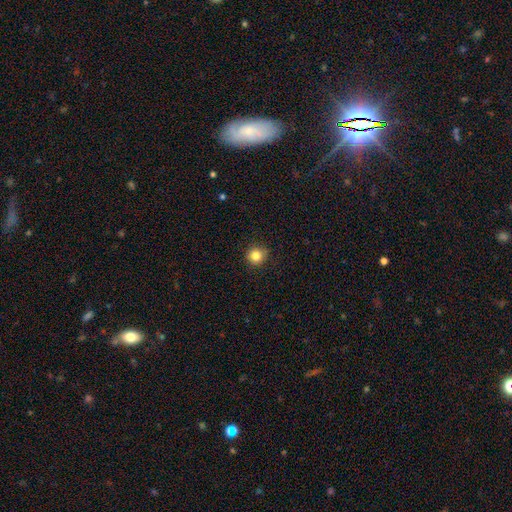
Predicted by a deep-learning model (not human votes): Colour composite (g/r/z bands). It shows a smooth galaxy with no disk features (83%) that is round (94%). Merging: none (90%).